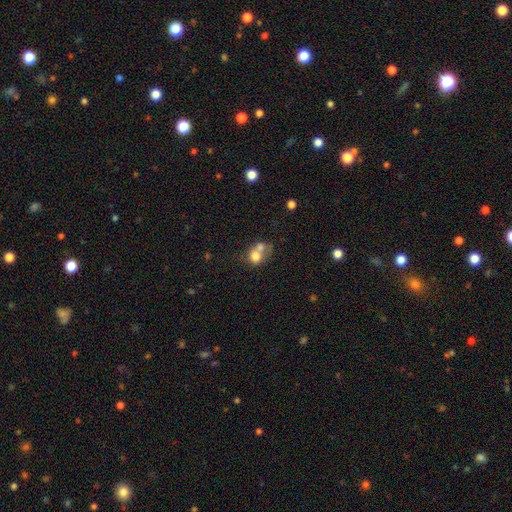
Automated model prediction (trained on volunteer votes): Q: Smooth or featured?
A: smooth (71%); runner-up: featured or disk (19%)
Q: How rounded?
A: round (62%); runner-up: in between (37%)
Q: Merging?
A: merger (62%); runner-up: none (23%)